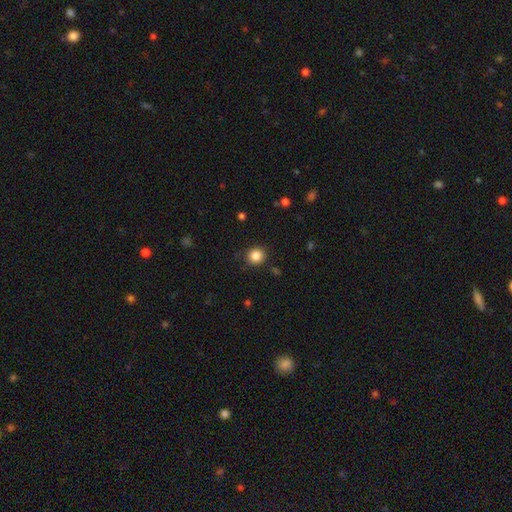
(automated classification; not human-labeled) Q: Smooth or featured?
A: smooth (85%); runner-up: star or artifact (11%)
Q: How rounded?
A: round (89%); runner-up: in between (10%)
Q: Merging?
A: none (88%); runner-up: minor disturbance (8%)